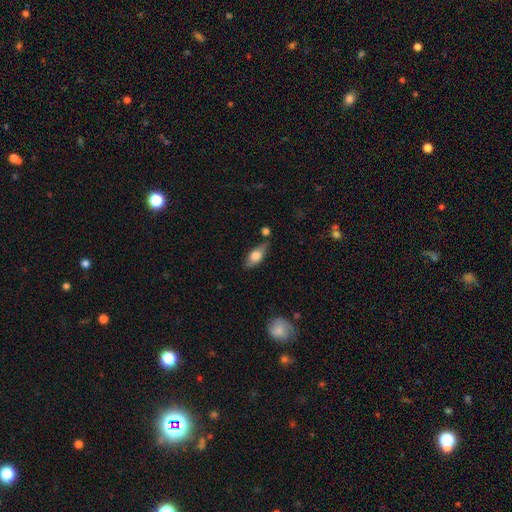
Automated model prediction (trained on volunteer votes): smooth 65%, featured or disk 29%, star or artifact 7%. Down the decision tree: how rounded — in between (80%); merging — none (69%).